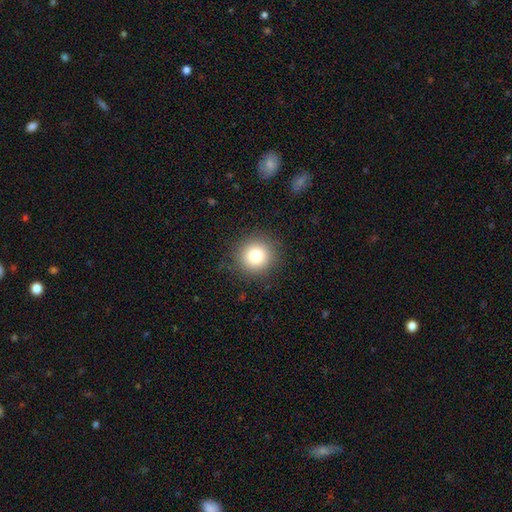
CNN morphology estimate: smooth-or-featured: smooth: 79% | star or artifact: 12% | featured or disk: 9%
  how-rounded: round: 93% | in between: 6% | cigar-shaped: 1%
  merging: none: 89% | minor disturbance: 7% | major disturbance: 3% | merger: 1%